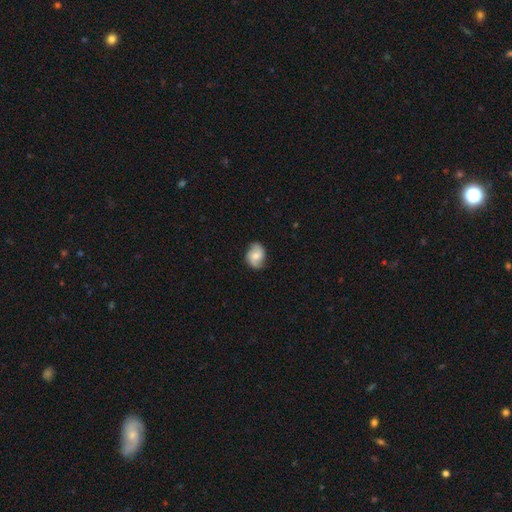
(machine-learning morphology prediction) Smooth or featured: featured or disk — 47% (smooth — 45%)
Merging: none — 78% (minor disturbance — 17%)